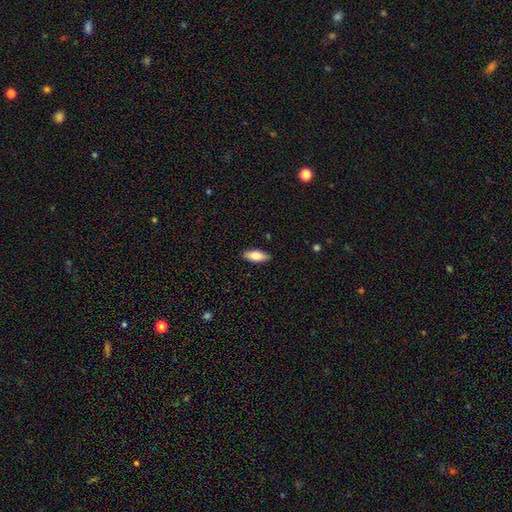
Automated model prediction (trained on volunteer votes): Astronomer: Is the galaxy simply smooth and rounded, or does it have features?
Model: smooth — 79%.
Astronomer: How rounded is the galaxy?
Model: in between — 81%.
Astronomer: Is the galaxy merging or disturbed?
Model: none — 87%.